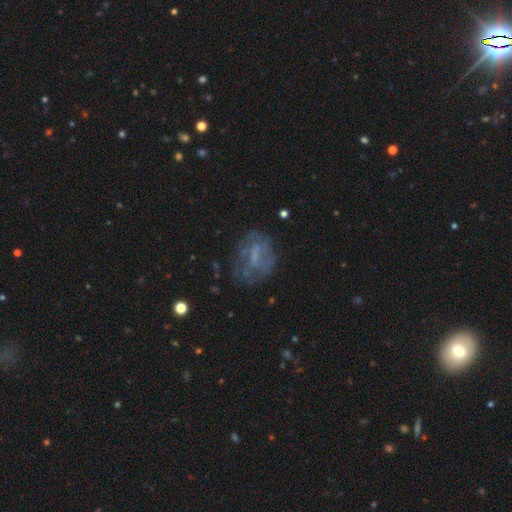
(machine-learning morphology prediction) smooth_or_featured: featured or disk (p=0.52) [alt: smooth p=0.33]
disk_edge_on: no (p=0.95) [alt: yes p=0.05]
merging: none (p=0.57) [alt: minor disturbance p=0.21]